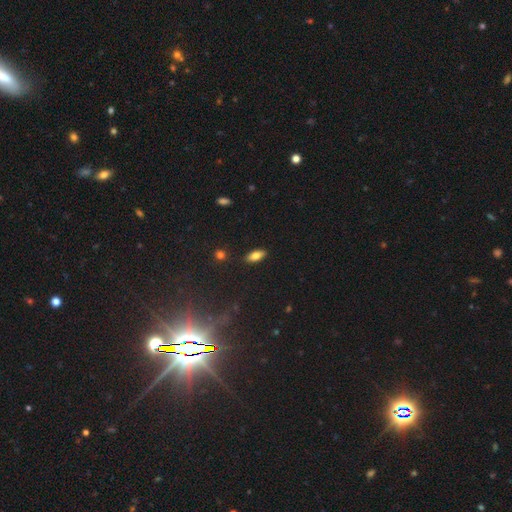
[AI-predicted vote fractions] smooth 77%, featured or disk 15%, star or artifact 8%. Down the decision tree: how rounded — in between (85%); merging — none (88%).